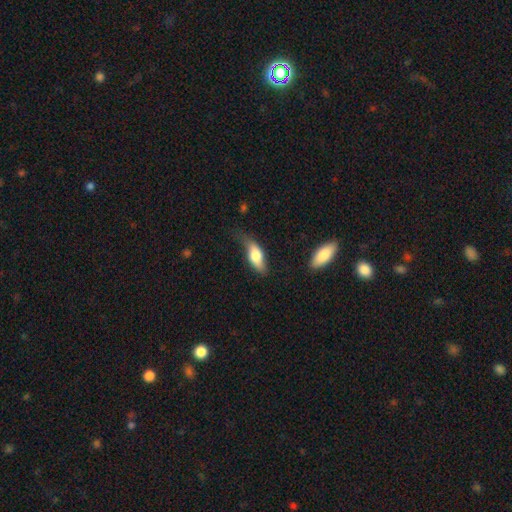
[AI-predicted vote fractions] Overall: smooth (69%). How rounded: in between (74%). Merging: none (48%; minor disturbance 36%).